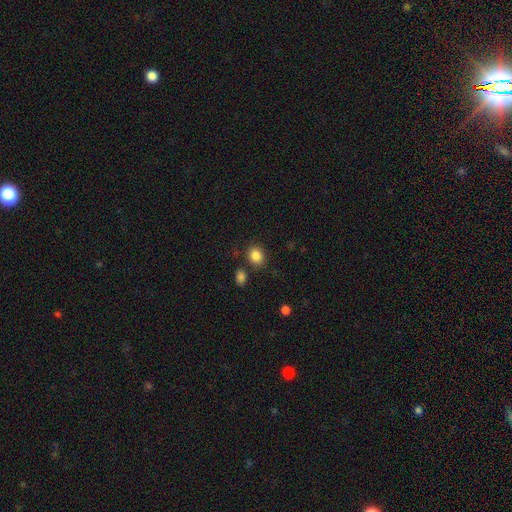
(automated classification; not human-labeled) Smooth or featured?
  - smooth: 86% *
  - star or artifact: 10%
  - featured or disk: 4%
How rounded?
  - round: 59% *
  - in between: 40%
  - cigar-shaped: 1%
Merging?
  - none: 79% *
  - minor disturbance: 11%
  - merger: 7%
  - major disturbance: 3%